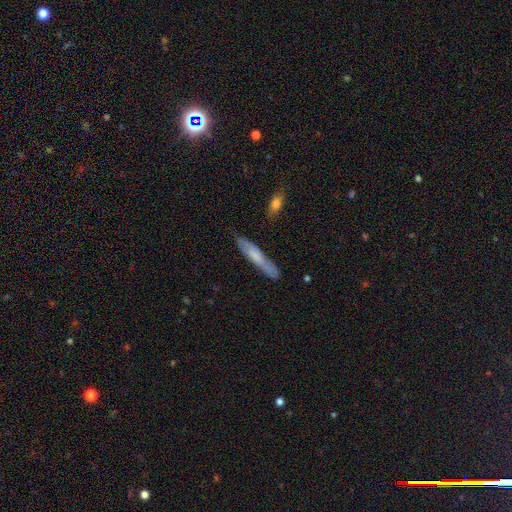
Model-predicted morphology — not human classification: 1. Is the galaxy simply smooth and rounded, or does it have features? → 55% smooth, 39% featured or disk, 6% star or artifact.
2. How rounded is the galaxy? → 89% cigar-shaped, 10% in between, 2% round.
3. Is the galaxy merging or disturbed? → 78% none, 16% minor disturbance, 3% major disturbance, 2% merger.